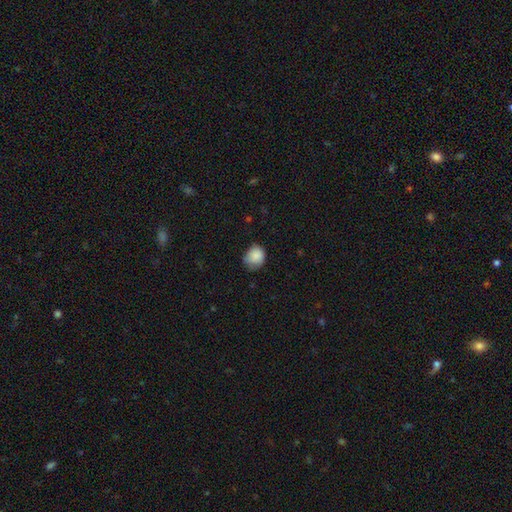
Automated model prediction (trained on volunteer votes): smooth_or_featured: smooth (p=0.86) [alt: star or artifact p=0.08]
how_rounded: round (p=0.67) [alt: in between p=0.32]
merging: none (p=0.55) [alt: minor disturbance p=0.36]